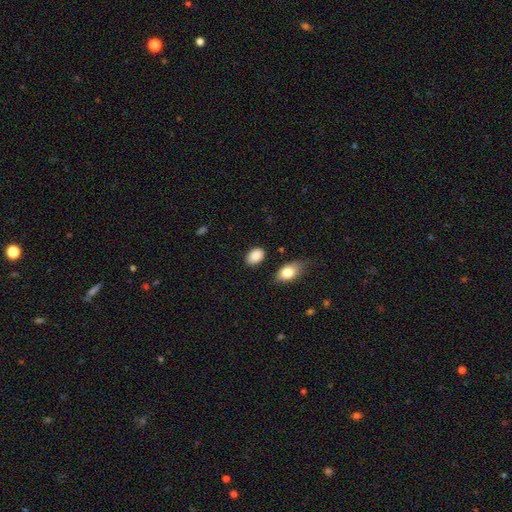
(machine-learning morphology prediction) A smooth galaxy with no disk features (88%) that is in between round and cigar-shaped (85%). Merging: none (81%).